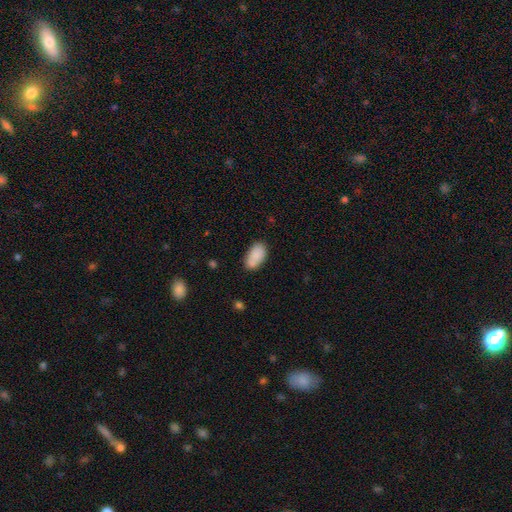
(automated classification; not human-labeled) Smooth or featured? Predicted: smooth (p=0.85). How rounded? Predicted: in between (p=0.93). Merging? Predicted: none (p=0.69).